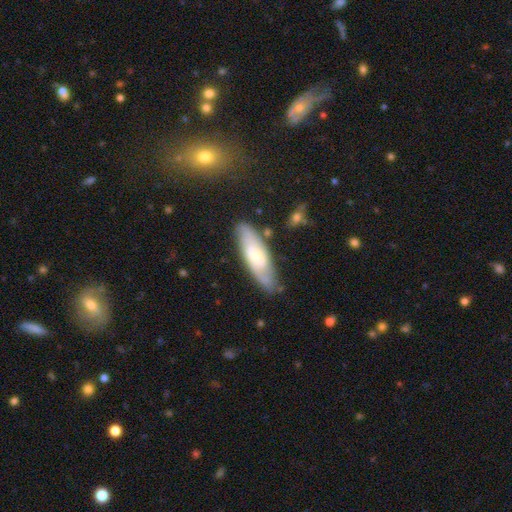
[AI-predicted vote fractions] The model was most divided on "smooth or featured": featured or disk: 52%, smooth: 42%, star or artifact: 6%. More confident: merging — none (75%); edge-on disk — no (74%).